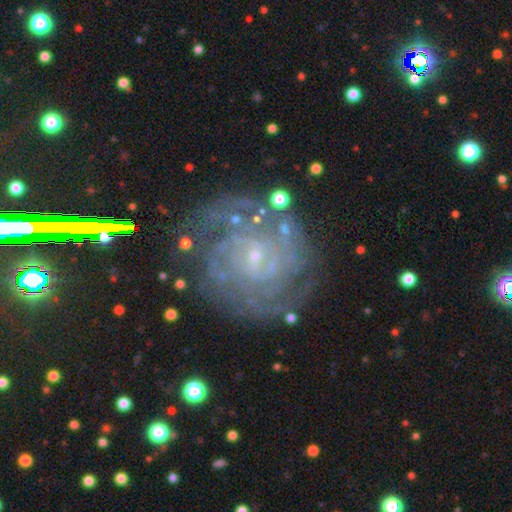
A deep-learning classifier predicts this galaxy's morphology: This appears to be a featured or disk galaxy (85%) with no bar (53%), tight (72%) spiral arms (95%) and a small central bulge (84%). Merging: none (75%).